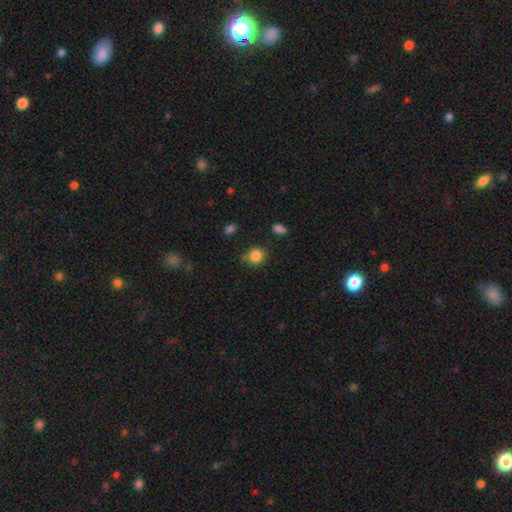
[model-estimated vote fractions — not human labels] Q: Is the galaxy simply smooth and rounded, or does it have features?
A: smooth — 85%.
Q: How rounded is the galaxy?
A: round — 75%.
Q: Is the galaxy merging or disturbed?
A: none — 70%.